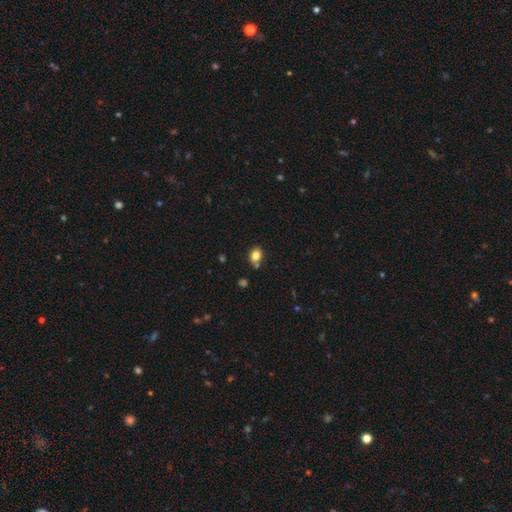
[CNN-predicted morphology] The model was most divided on "how rounded": in between: 58%, round: 41%, cigar-shaped: 1%. More confident: smooth or featured — smooth (81%); merging — none (70%).